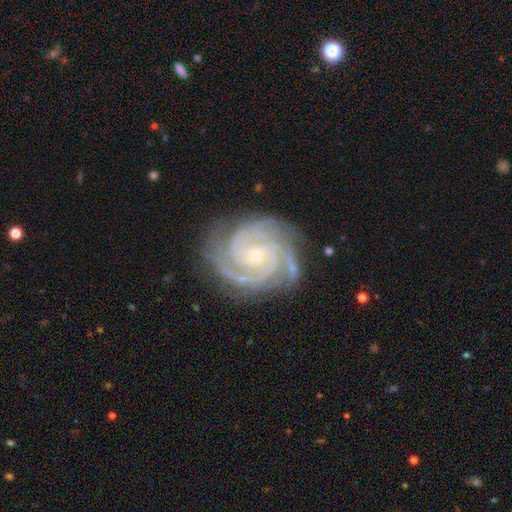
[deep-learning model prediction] The model was most divided on "spiral arm count": 3: 38%, 4: 27%, 2: 13%, can't tell: 9%, more than 4: 7%, 1: 6%. More confident: spiral arms — yes (99%); edge-on disk — no (98%); smooth or featured — featured or disk (92%); bulge size — small (84%); merging — none (78%); spiral winding — tight (76%); bar — no (72%).